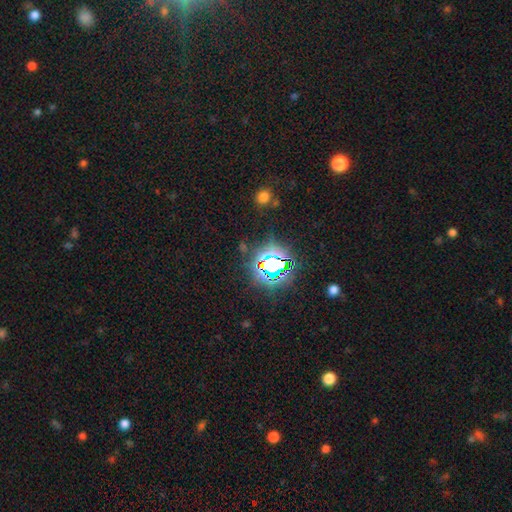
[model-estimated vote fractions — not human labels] Q: Smooth or featured?
A: star or artifact (80%); runner-up: smooth (13%)